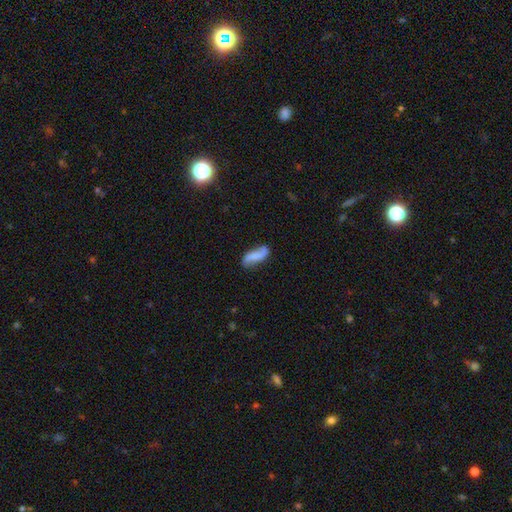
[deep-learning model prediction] smooth-or-featured: smooth: 51% | featured or disk: 41% | star or artifact: 8%
  how-rounded: in between: 65% | cigar-shaped: 32% | round: 3%
  merging: none: 65% | minor disturbance: 23% | major disturbance: 7% | merger: 5%